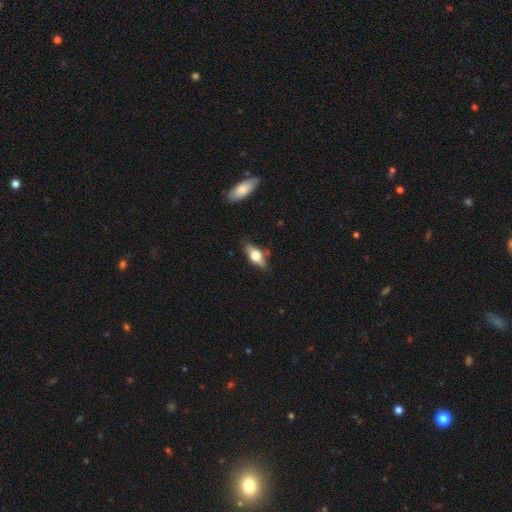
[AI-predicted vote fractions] Smooth or featured?
  - smooth: 55% *
  - featured or disk: 38%
  - star or artifact: 7%
How rounded?
  - in between: 76% *
  - cigar-shaped: 20%
  - round: 5%
Merging?
  - none: 71% *
  - minor disturbance: 21%
  - major disturbance: 5%
  - merger: 3%